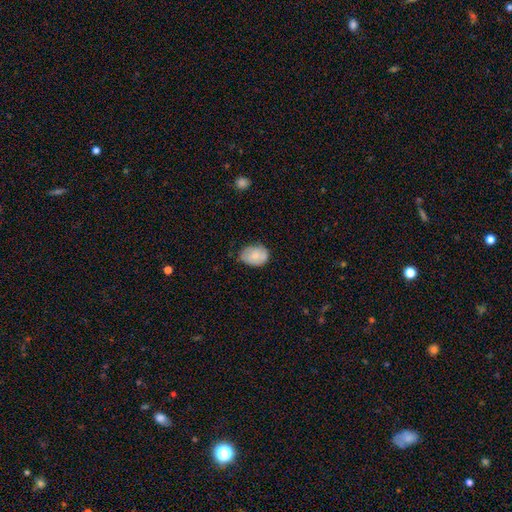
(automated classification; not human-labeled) smooth 77%, featured or disk 16%, star or artifact 7%. Down the decision tree: how rounded — in between (76%); merging — none (66%).